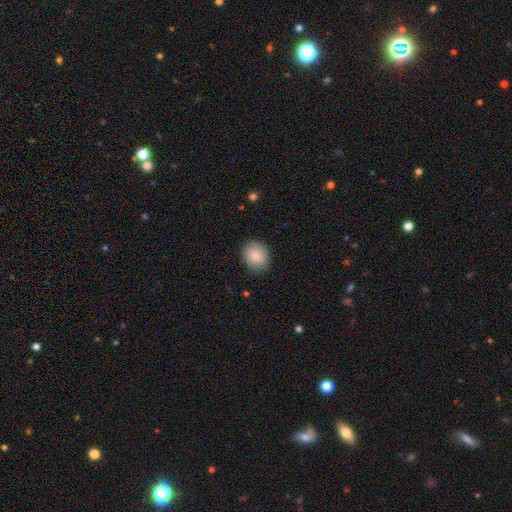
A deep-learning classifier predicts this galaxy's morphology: smooth-or-featured: smooth: 85% | featured or disk: 8% | star or artifact: 7%
  how-rounded: round: 70% | in between: 29% | cigar-shaped: 1%
  merging: none: 84% | minor disturbance: 12% | major disturbance: 3% | merger: 1%